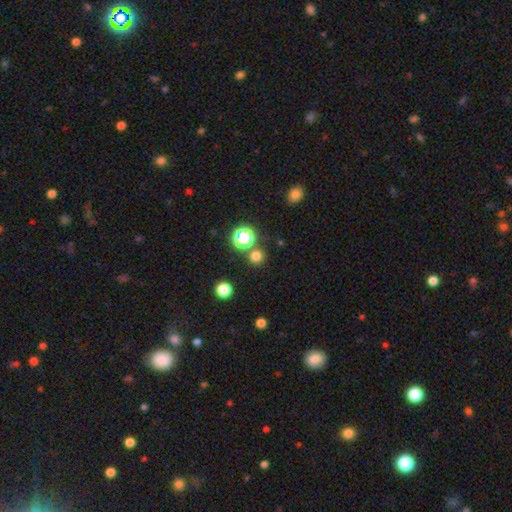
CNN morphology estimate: smooth-or-featured: smooth: 72% | star or artifact: 23% | featured or disk: 5%
  how-rounded: round: 92% | in between: 7% | cigar-shaped: 1%
  merging: none: 80% | merger: 10% | minor disturbance: 7% | major disturbance: 3%